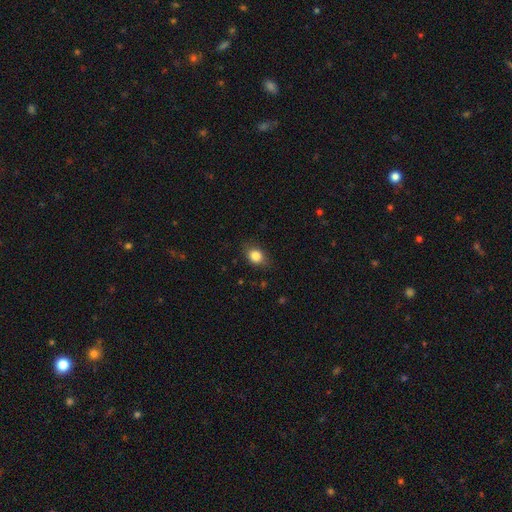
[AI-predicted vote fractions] Morphology: type=smooth (84%); roundness=in between (56%); merging=none (77%).